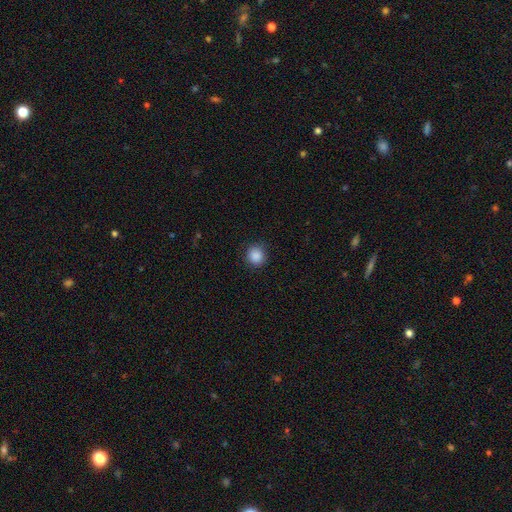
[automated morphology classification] This appears to be a smooth galaxy with no disk features (88%) that is round (92%). Merging: none (89%).